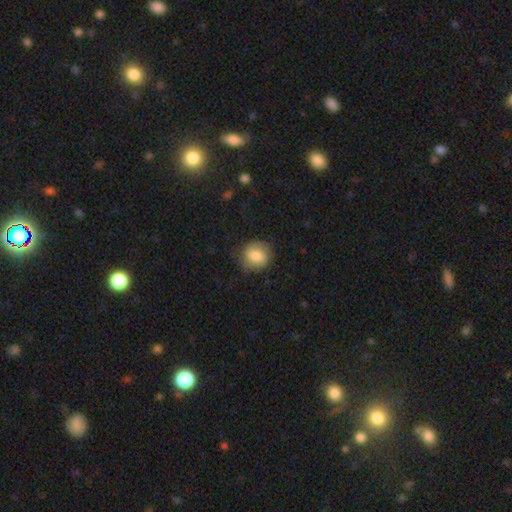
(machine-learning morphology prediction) Smooth or featured? Predicted: smooth (p=0.76). How rounded? Predicted: round (p=0.76). Merging? Predicted: none (p=0.76).